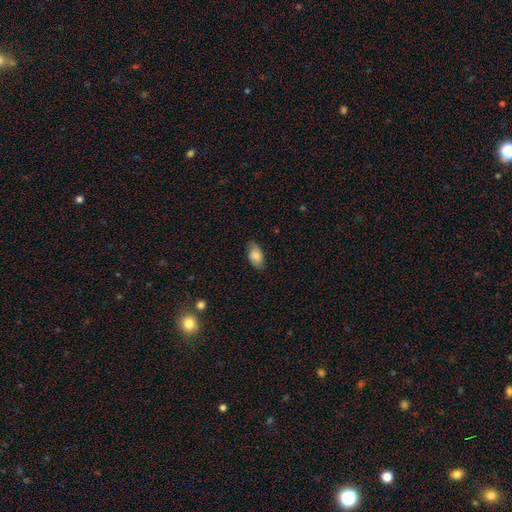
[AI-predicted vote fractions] Smooth or featured: smooth — 78% (featured or disk — 15%)
How rounded: in between — 93% (round — 5%)
Merging: none — 75% (minor disturbance — 21%)